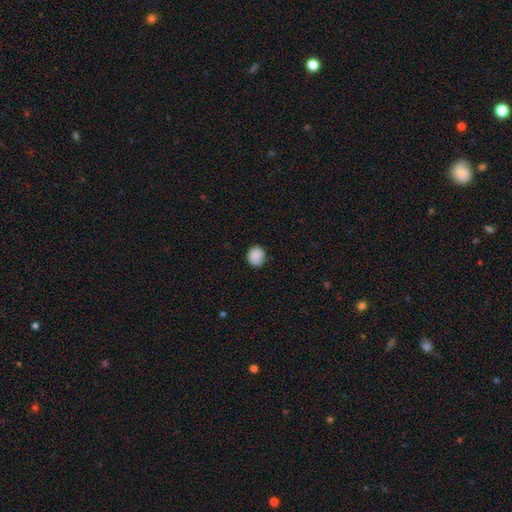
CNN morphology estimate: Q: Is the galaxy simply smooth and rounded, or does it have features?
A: smooth — 86%.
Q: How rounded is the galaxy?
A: round — 77%.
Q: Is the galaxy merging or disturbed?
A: none — 78%.